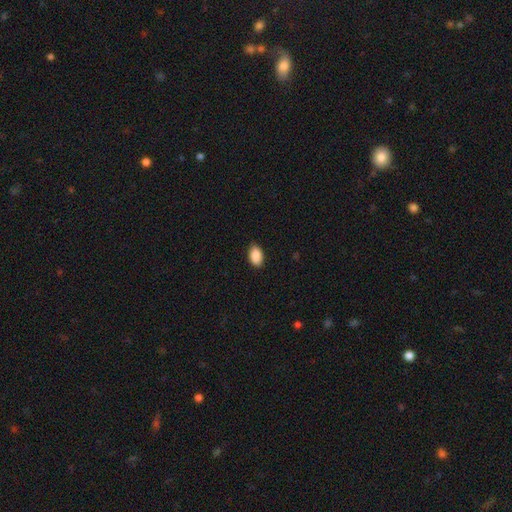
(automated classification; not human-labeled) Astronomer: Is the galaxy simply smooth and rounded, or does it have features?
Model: smooth — 89%.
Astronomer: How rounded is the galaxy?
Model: in between — 92%.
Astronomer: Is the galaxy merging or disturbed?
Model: none — 85%.